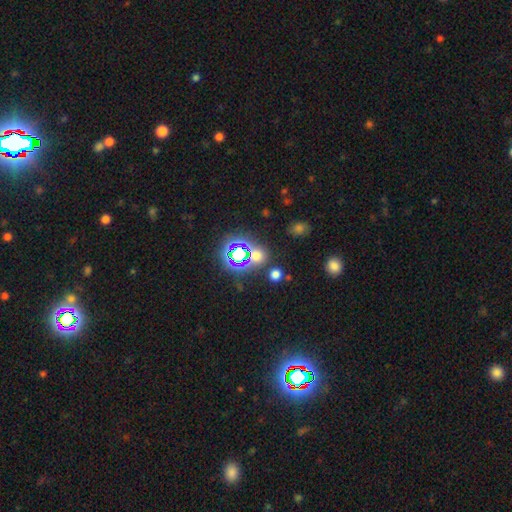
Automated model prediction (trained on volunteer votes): Smooth or featured? Predicted: star or artifact (p=0.56).